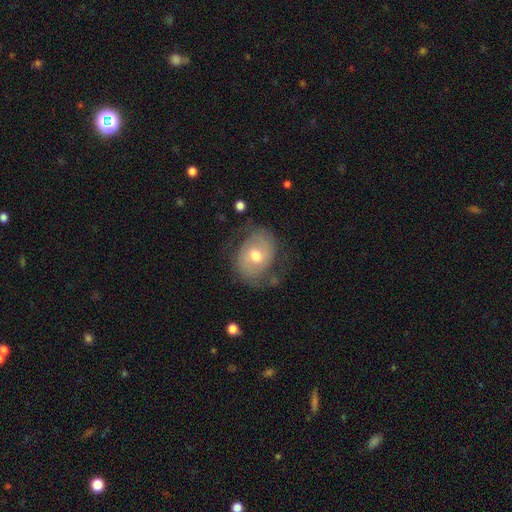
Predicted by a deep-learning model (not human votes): A featured or disk galaxy (67%) with no bar (55%), 2 (83%) medium (44%) spiral arms (81%) and a moderate central bulge (74%). Merging: none (66%).